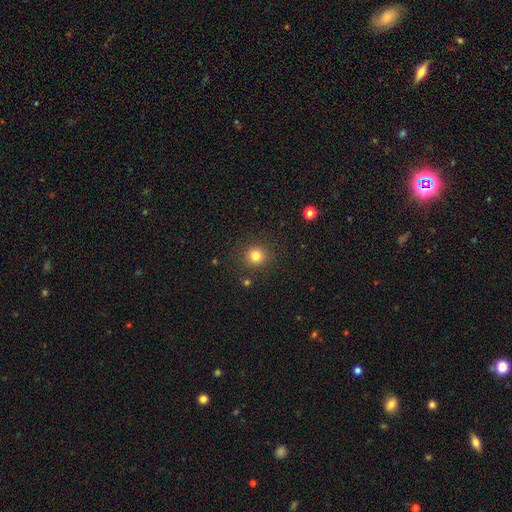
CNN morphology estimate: A smooth galaxy with no disk features (81%) that is round (92%).

Vote fractions:
- Smooth or featured? smooth: 81% / star or artifact: 13% / featured or disk: 6%
- How rounded? round: 92% / in between: 7% / cigar-shaped: 1%
- Merging? none: 88% / minor disturbance: 7% / major disturbance: 3% / merger: 2%